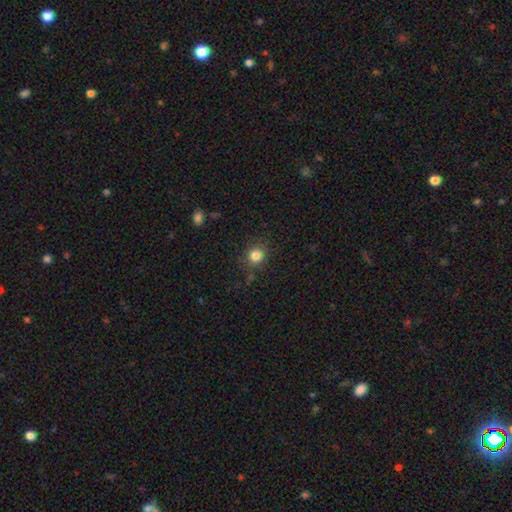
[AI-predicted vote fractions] Smooth or featured? Predicted: smooth (p=0.82). How rounded? Predicted: round (p=0.84). Merging? Predicted: none (p=0.85).